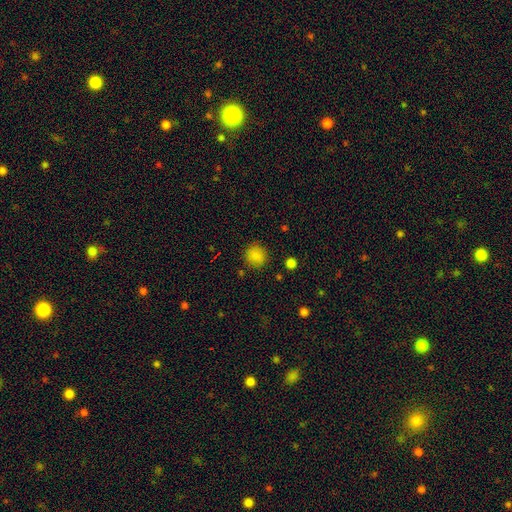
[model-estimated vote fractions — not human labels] Smooth or featured? smooth (85%)
How rounded? round (87%)
Merging? none (86%)